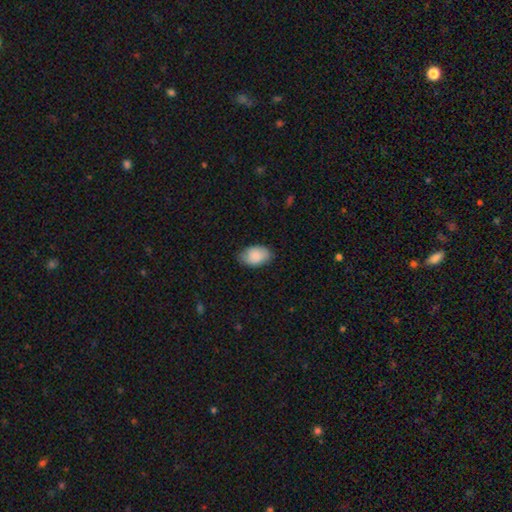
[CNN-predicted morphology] Q: Smooth or featured?
A: smooth (88%); runner-up: star or artifact (6%)
Q: How rounded?
A: in between (91%); runner-up: round (8%)
Q: Merging?
A: none (80%); runner-up: minor disturbance (16%)